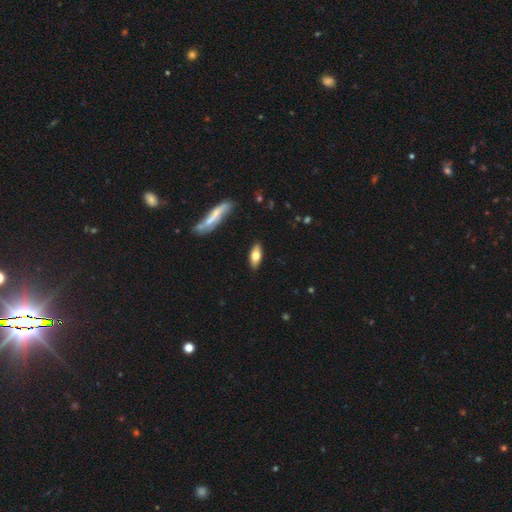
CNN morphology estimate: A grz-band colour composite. It shows a smooth galaxy with no disk features (67%) that is in between round and cigar-shaped (75%). Merging: none (86%).